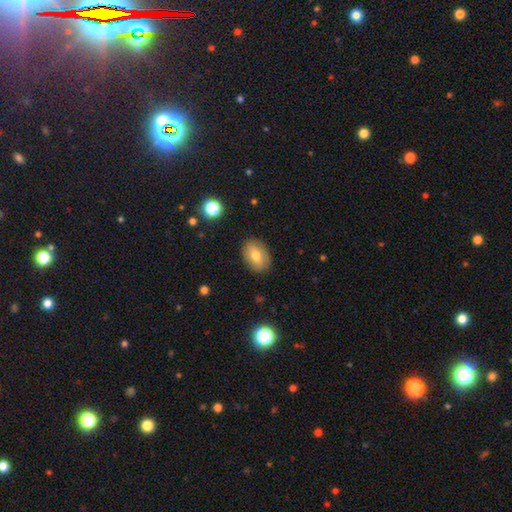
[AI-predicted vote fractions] smooth_or_featured: smooth (p=0.67) [alt: featured or disk p=0.25]
how_rounded: in between (p=0.79) [alt: round p=0.20]
merging: none (p=0.85) [alt: minor disturbance p=0.11]